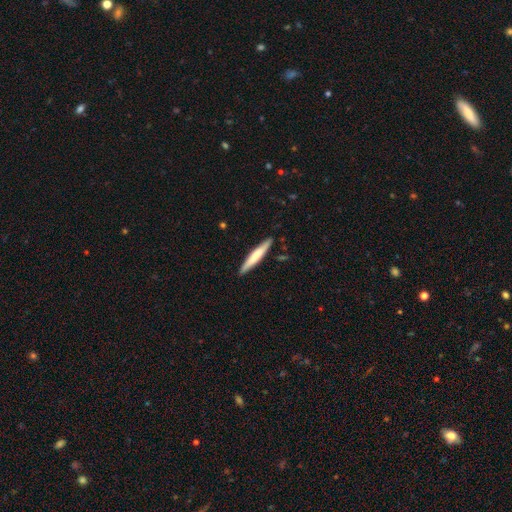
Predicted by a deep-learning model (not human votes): Smooth or featured?
  - smooth: 61% *
  - featured or disk: 34%
  - star or artifact: 5%
How rounded?
  - cigar-shaped: 94% *
  - in between: 5%
  - round: 1%
Merging?
  - none: 90% *
  - minor disturbance: 8%
  - major disturbance: 1%
  - merger: 1%